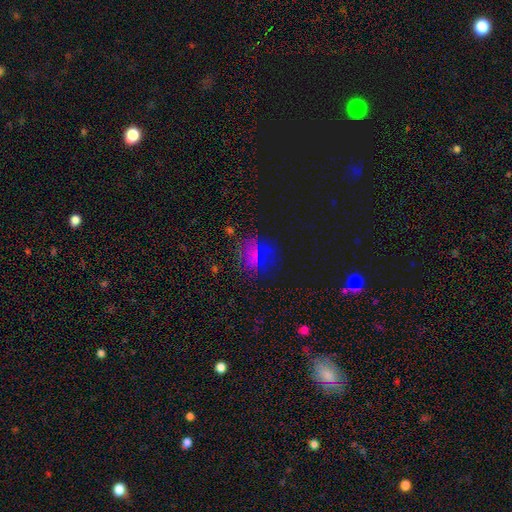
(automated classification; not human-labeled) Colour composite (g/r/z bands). It shows a smooth galaxy with no disk features (51%) that is round (61%). Merging: none (76%).